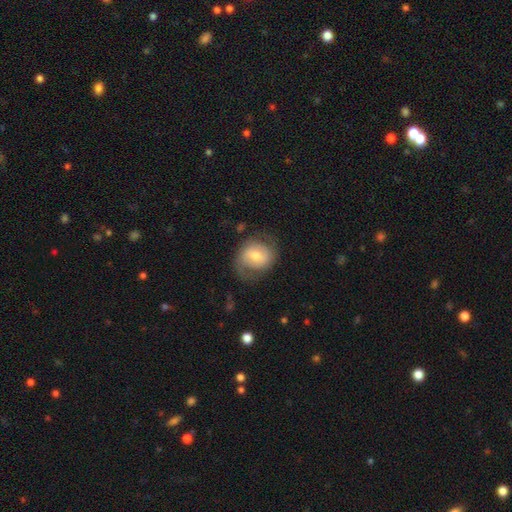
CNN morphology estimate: Smooth or featured? featured or disk (61%)
Edge-on disk? no (97%)
Bar? no (45%)
Spiral arms? yes (84%)
Bulge size? moderate (61%)
Merging? none (63%)